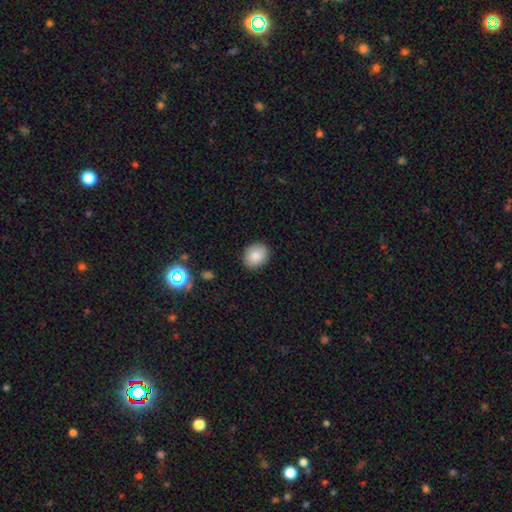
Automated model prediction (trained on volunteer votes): smooth 86%, star or artifact 8%, featured or disk 6%. Down the decision tree: how rounded — round (59%); merging — none (89%).